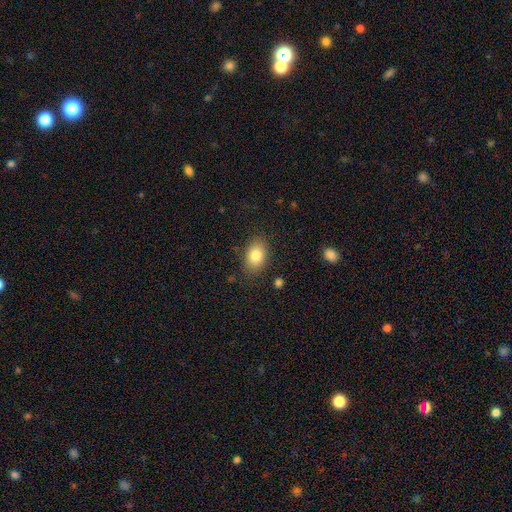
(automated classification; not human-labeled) A smooth galaxy with no disk features (82%) that is in between round and cigar-shaped (83%). Merging: none (84%).